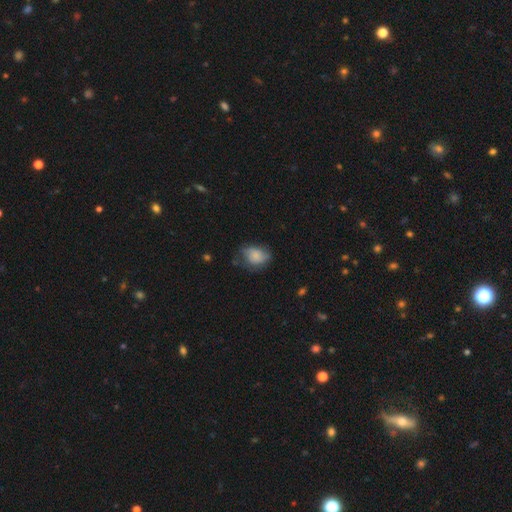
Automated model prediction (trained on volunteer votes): smooth 73%, featured or disk 19%, star or artifact 8%. Down the decision tree: how rounded — in between (66%); merging — none (49%).